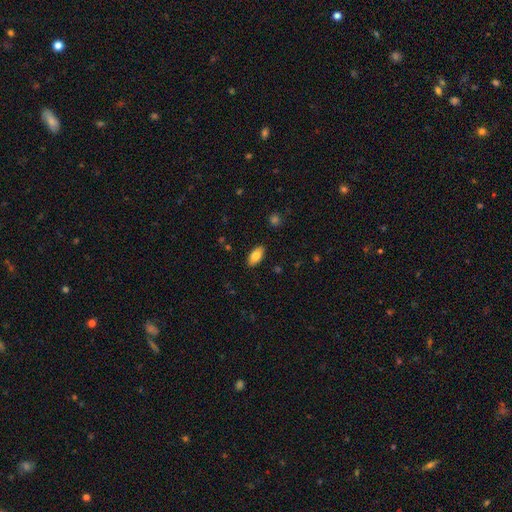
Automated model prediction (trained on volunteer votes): Smooth or featured?
  - smooth: 82% *
  - featured or disk: 11%
  - star or artifact: 7%
How rounded?
  - in between: 92% *
  - cigar-shaped: 5%
  - round: 3%
Merging?
  - none: 88% *
  - minor disturbance: 9%
  - major disturbance: 2%
  - merger: 1%